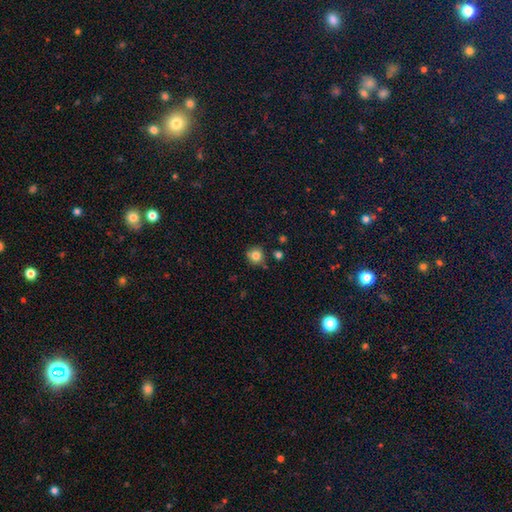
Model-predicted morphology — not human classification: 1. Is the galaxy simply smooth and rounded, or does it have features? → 81% smooth, 12% star or artifact, 7% featured or disk.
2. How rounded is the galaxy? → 90% round, 9% in between, 1% cigar-shaped.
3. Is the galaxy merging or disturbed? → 80% none, 13% minor disturbance, 5% merger, 3% major disturbance.